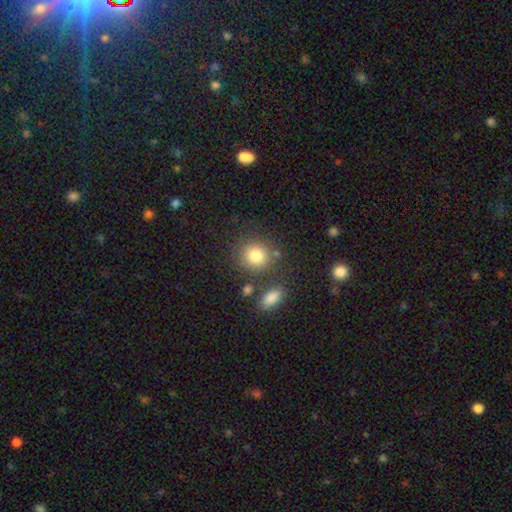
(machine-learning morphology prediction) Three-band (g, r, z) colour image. It shows a smooth galaxy with no disk features (82%) that is round (84%). Merging: none (74%).